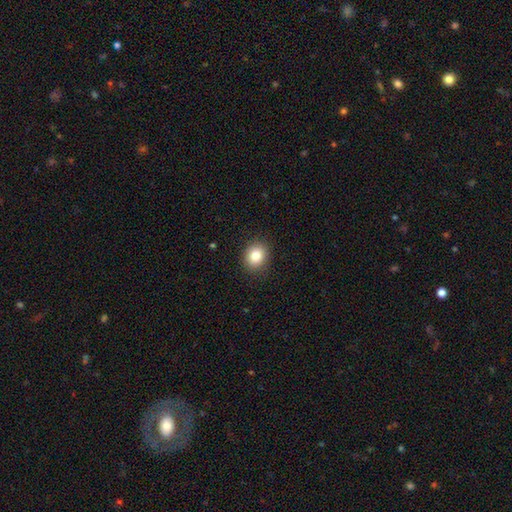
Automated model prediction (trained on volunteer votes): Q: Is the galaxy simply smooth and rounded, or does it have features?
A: smooth — 83%.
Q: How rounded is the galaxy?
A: round — 62%.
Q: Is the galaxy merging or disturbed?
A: none — 89%.